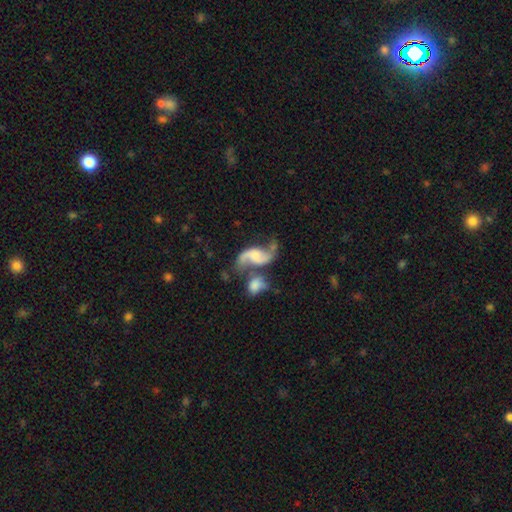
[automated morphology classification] Smooth or featured? Predicted: featured or disk (p=0.82). Edge-on disk? Predicted: no (p=0.97). Bar? Predicted: no (p=0.54). Spiral arms? Predicted: yes (p=0.94). Spiral winding? Predicted: loose (p=0.81). Spiral arm count? Predicted: 2 (p=0.90). Bulge size? Predicted: none (p=0.34). Merging? Predicted: merger (p=0.47).